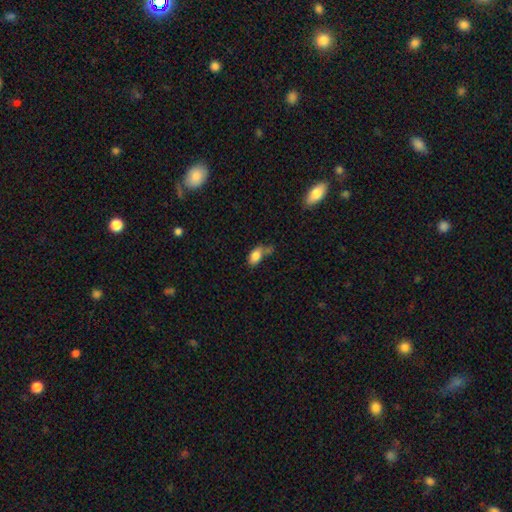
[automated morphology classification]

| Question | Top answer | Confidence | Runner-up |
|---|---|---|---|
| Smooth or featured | smooth | 83% | star or artifact (9%) |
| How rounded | in between | 88% | round (9%) |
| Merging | none | 42% | minor disturbance (26%) |